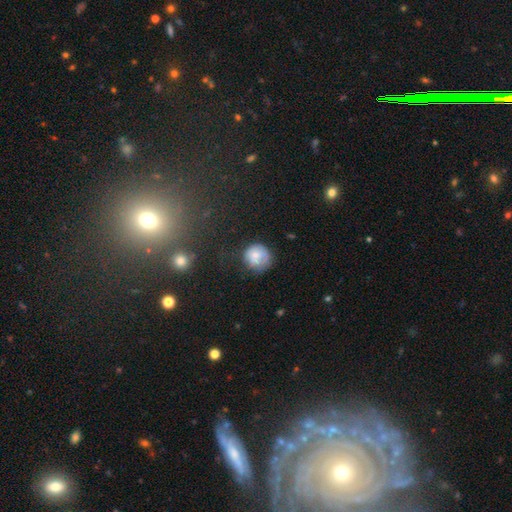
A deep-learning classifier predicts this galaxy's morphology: Smooth or featured?
  - smooth: 67% *
  - featured or disk: 23%
  - star or artifact: 10%
How rounded?
  - round: 85% *
  - in between: 14%
  - cigar-shaped: 1%
Merging?
  - none: 56% *
  - minor disturbance: 29%
  - major disturbance: 11%
  - merger: 4%